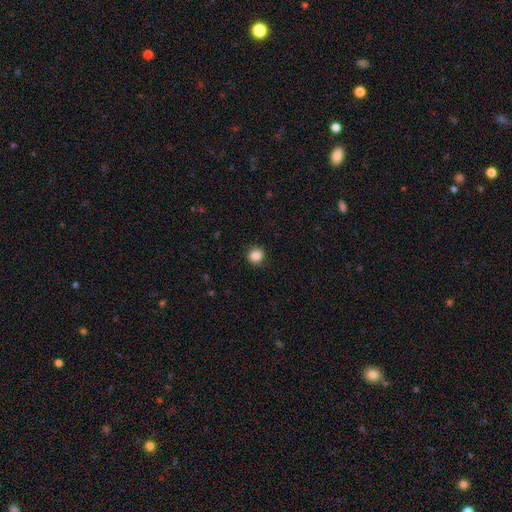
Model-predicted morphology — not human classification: A smooth galaxy with no disk features (87%) that is round (89%). Merging: none (89%).